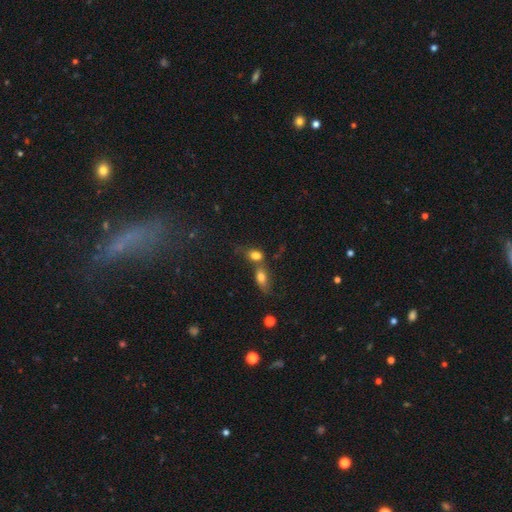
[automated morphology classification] Smooth or featured? Predicted: smooth (p=0.79). How rounded? Predicted: in between (p=0.77). Merging? Predicted: merger (p=0.54).